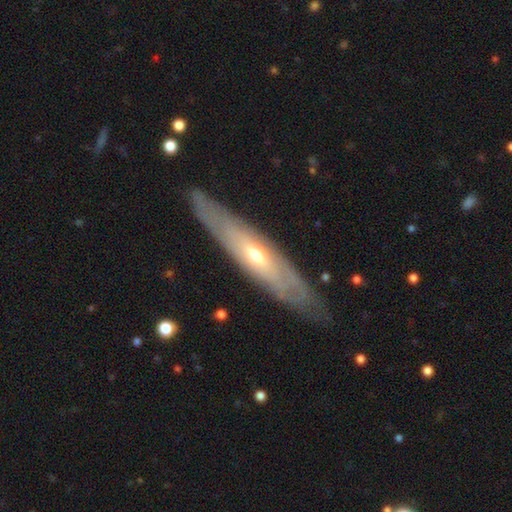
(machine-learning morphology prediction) featured or disk 69%, smooth 25%, star or artifact 6%. Down the decision tree: edge-on disk — yes (52%); merging — none (82%).